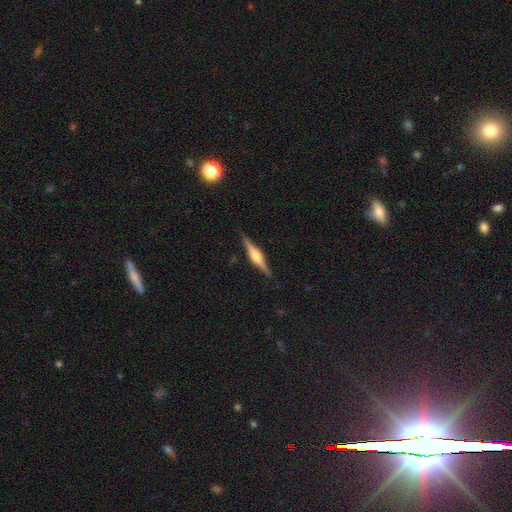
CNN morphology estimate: smooth-or-featured: featured or disk: 79% | smooth: 16% | star or artifact: 6%
  disk-edge-on: yes: 98% | no: 2%
    edge-on-bulge: rounded: 83% | boxy: 14% | none: 3%
  merging: none: 89% | minor disturbance: 8% | major disturbance: 2% | merger: 1%